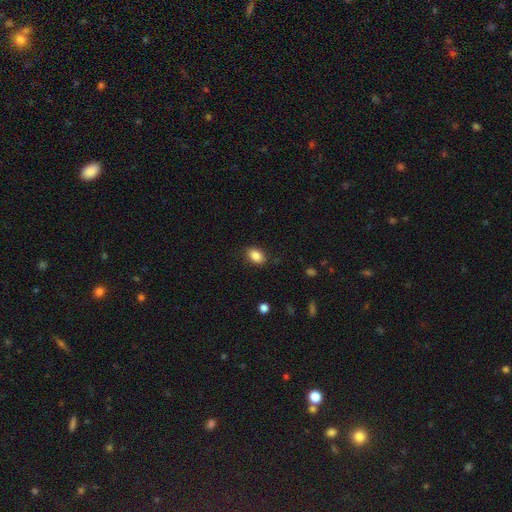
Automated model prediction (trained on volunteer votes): This appears to be a smooth galaxy with no disk features (86%) that is in between round and cigar-shaped (83%). Merging: none (85%).